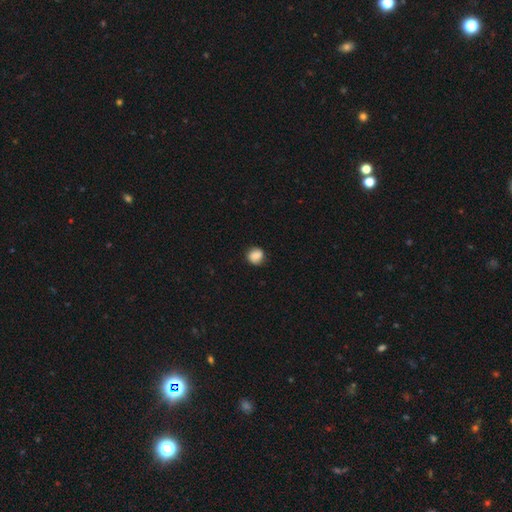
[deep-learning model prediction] Smooth or featured?
  - smooth: 79% *
  - featured or disk: 12%
  - star or artifact: 9%
How rounded?
  - round: 83% *
  - in between: 16%
  - cigar-shaped: 1%
Merging?
  - none: 79% *
  - minor disturbance: 16%
  - major disturbance: 4%
  - merger: 1%